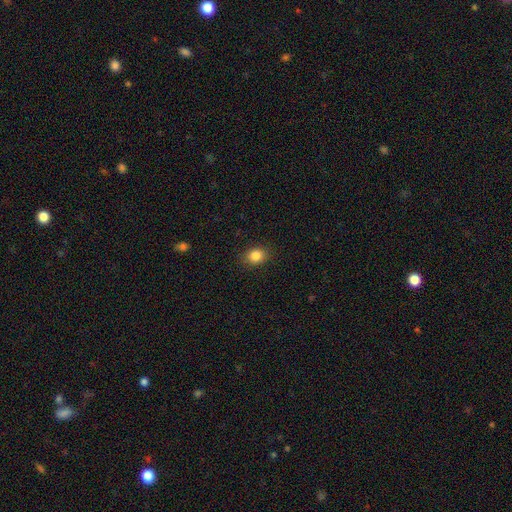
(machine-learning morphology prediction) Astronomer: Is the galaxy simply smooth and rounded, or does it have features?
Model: smooth — 85%.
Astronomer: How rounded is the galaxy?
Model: round — 57% (runner-up: in between, 42%).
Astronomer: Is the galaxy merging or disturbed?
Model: none — 87%.